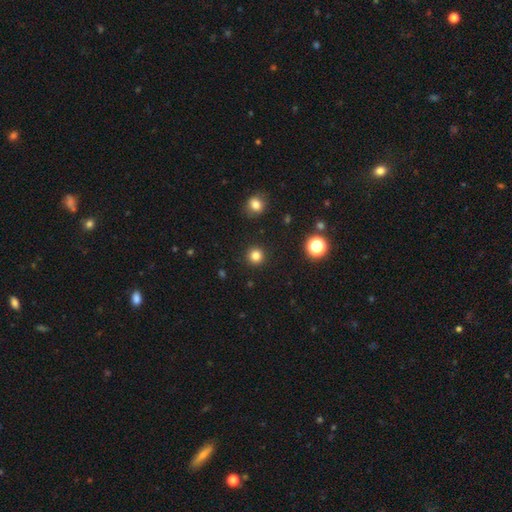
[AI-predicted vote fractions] Smooth or featured? Predicted: smooth (p=0.82). How rounded? Predicted: round (p=0.95). Merging? Predicted: none (p=0.92).